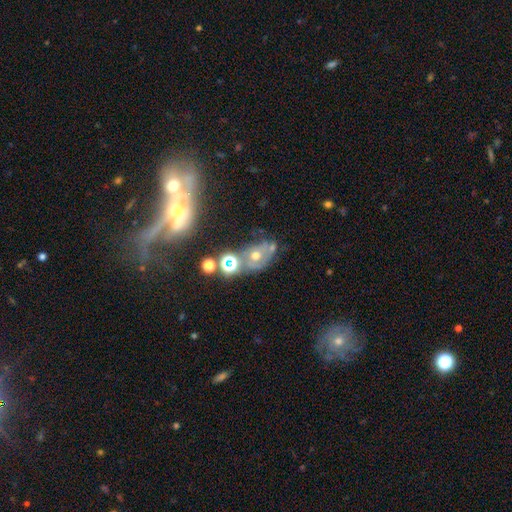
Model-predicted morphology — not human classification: smooth_or_featured: featured or disk (p=0.42) [alt: smooth p=0.30]
merging: none (p=0.45) [alt: merger p=0.24]